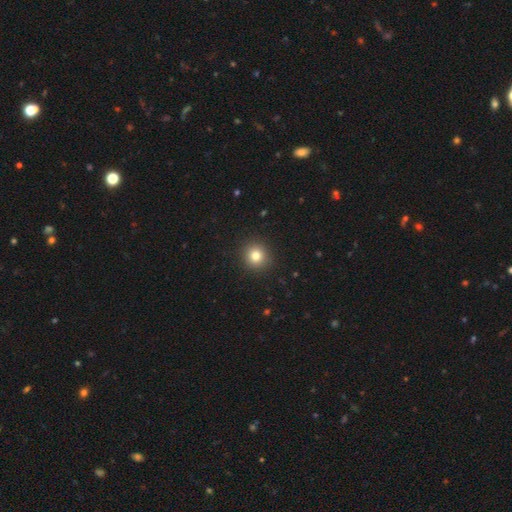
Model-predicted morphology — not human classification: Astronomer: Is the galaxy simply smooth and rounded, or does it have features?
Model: smooth — 80%.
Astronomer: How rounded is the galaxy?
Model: round — 91%.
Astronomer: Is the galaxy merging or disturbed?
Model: none — 92%.